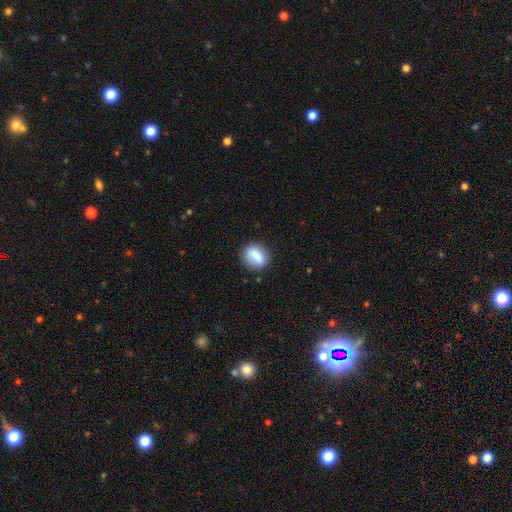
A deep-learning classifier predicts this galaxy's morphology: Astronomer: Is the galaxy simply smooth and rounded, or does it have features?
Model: smooth — 82%.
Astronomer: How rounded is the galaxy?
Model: in between — 49% (runner-up: round, 48%).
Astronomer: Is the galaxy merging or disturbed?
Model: none — 78%.